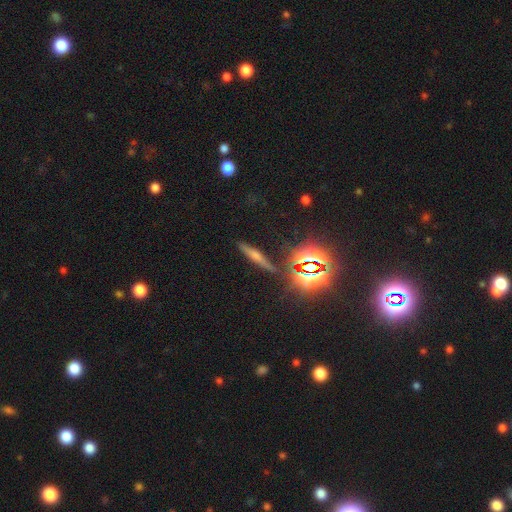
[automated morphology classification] The model was most divided on "smooth or featured": star or artifact: 43%, featured or disk: 35%, smooth: 22%.